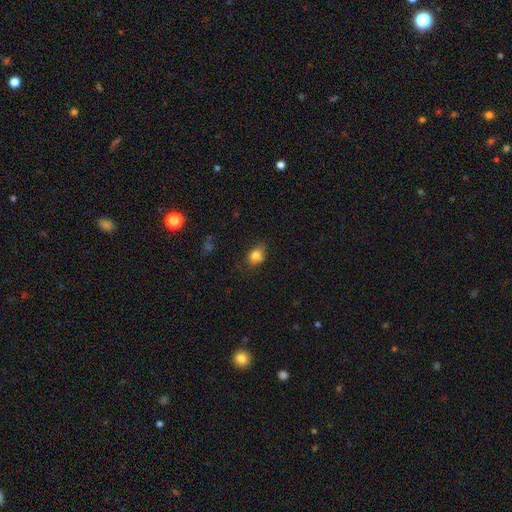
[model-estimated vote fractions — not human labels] Q: Smooth or featured?
A: smooth (81%); runner-up: star or artifact (11%)
Q: How rounded?
A: in between (53%); runner-up: round (46%)
Q: Merging?
A: none (65%); runner-up: minor disturbance (26%)